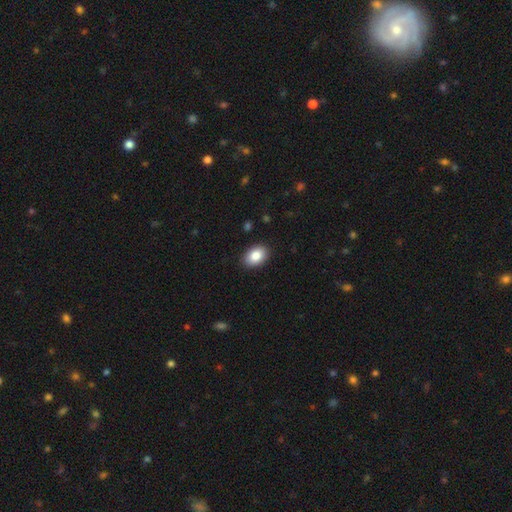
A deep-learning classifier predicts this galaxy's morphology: type=smooth (86%); roundness=in between (85%); merging=none (90%).